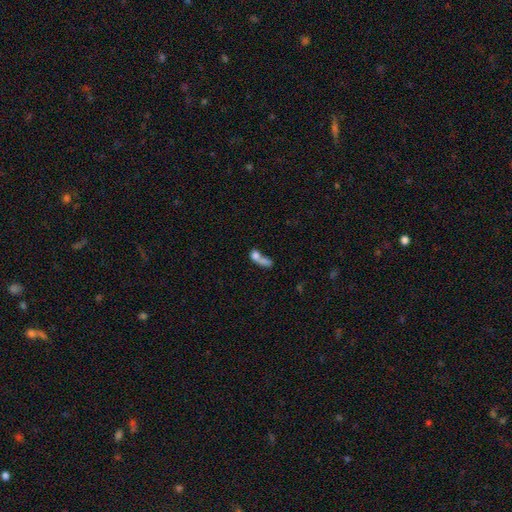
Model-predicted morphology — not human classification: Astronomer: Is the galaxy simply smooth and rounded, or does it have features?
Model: smooth — 56%.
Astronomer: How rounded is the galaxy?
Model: in between — 53%.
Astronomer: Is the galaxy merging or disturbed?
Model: merger — 45% (runner-up: none, 35%).